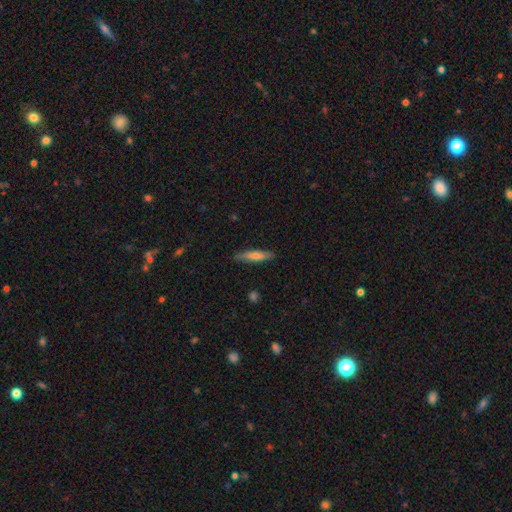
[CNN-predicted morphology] A smooth galaxy with no disk features (66%) that is cigar-shaped (83%). Merging: none (86%).